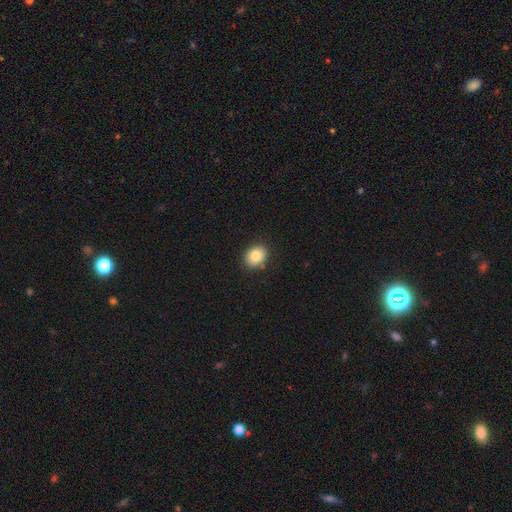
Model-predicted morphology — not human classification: smooth-or-featured: smooth: 82% | star or artifact: 9% | featured or disk: 8%
  how-rounded: round: 57% | in between: 42% | cigar-shaped: 1%
  merging: none: 88% | minor disturbance: 9% | major disturbance: 2% | merger: 2%